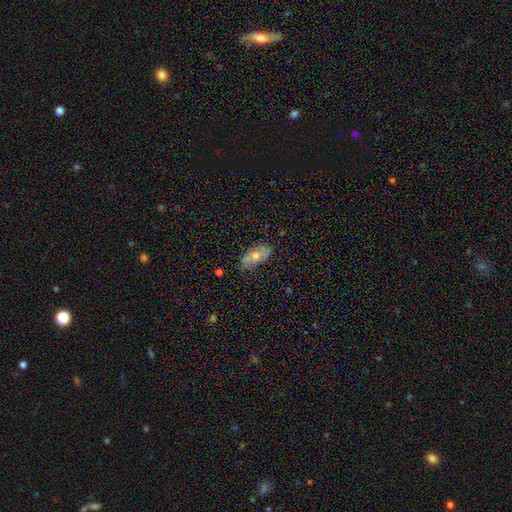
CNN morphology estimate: Smooth or featured? Predicted: smooth (p=0.49). Merging? Predicted: none (p=0.75).